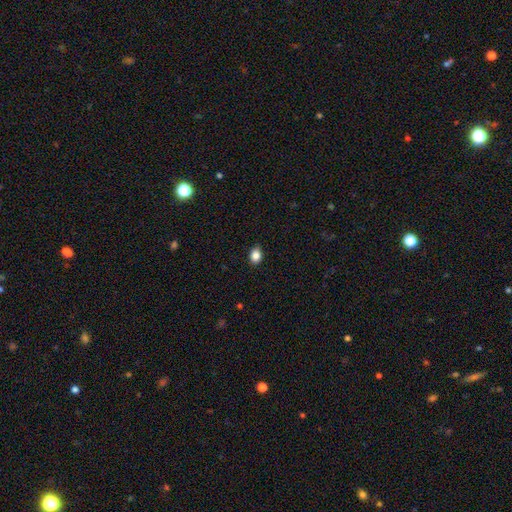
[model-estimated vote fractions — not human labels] smooth_or_featured: smooth (p=0.86) [alt: star or artifact p=0.10]
how_rounded: in between (p=0.63) [alt: round p=0.36]
merging: none (p=0.86) [alt: minor disturbance p=0.11]